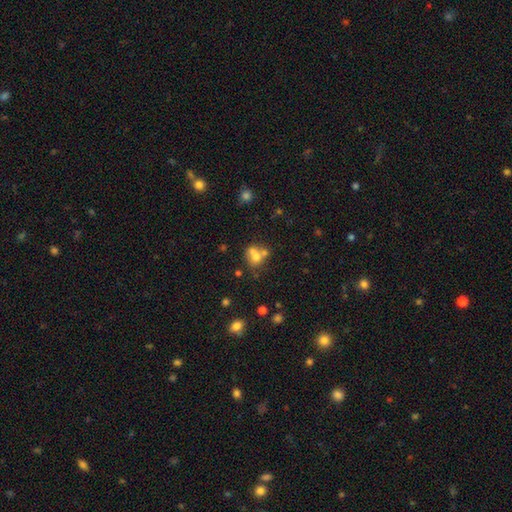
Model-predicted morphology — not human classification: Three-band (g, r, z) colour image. It shows a smooth galaxy with no disk features (64%) that is round (65%). Merging: merger (55%).